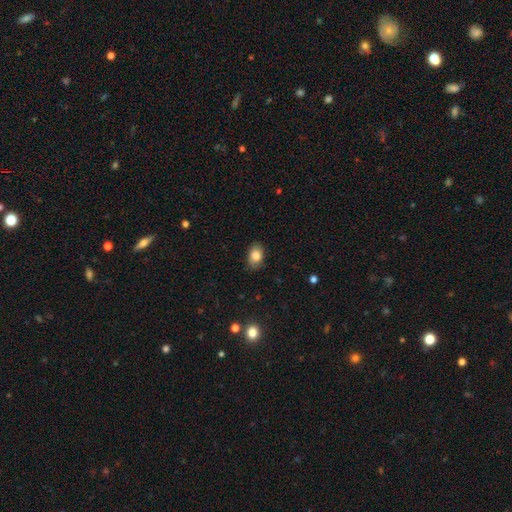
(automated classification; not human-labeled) The model was most divided on "how rounded": in between: 81%, round: 18%, cigar-shaped: 1%. More confident: smooth or featured — smooth (84%); merging — none (80%).